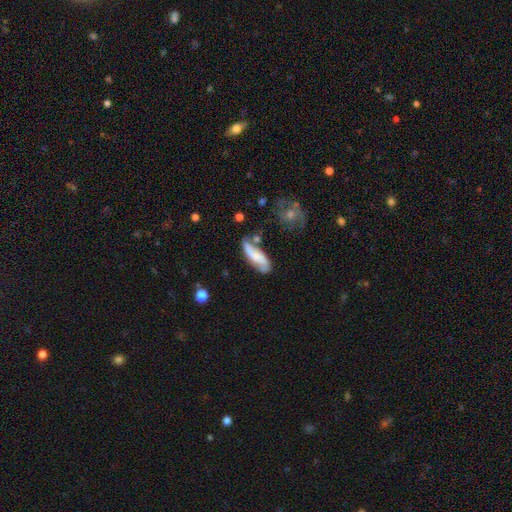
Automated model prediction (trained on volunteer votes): Smooth or featured: featured or disk — 55% (smooth — 38%)
Edge-on disk: no — 86% (yes — 14%)
Merging: none — 59% (minor disturbance — 23%)